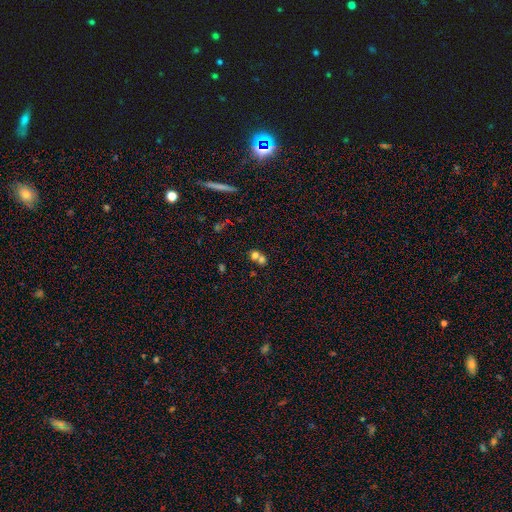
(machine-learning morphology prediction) Smooth or featured?
  - smooth: 68% *
  - star or artifact: 16%
  - featured or disk: 16%
How rounded?
  - round: 71% *
  - in between: 27%
  - cigar-shaped: 2%
Merging?
  - merger: 58% *
  - none: 33%
  - minor disturbance: 6%
  - major disturbance: 3%